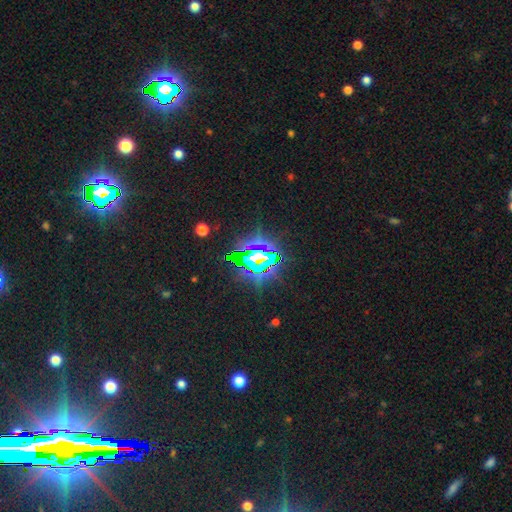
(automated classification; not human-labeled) Overall: star or artifact (72%).